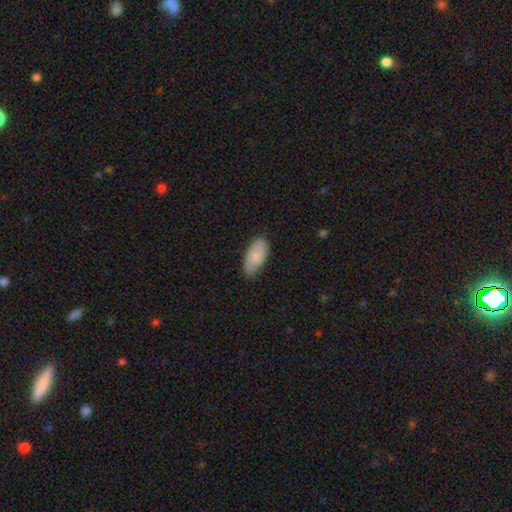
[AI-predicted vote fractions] Overall: smooth (79%). How rounded: in between (93%). Merging: none (75%).